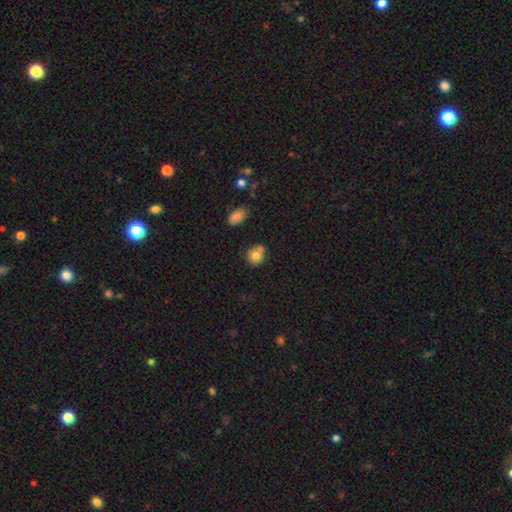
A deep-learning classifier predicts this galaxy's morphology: A smooth galaxy with no disk features (78%) that is round (71%).

Vote fractions:
- Smooth or featured? smooth: 78% / featured or disk: 12% / star or artifact: 10%
- How rounded? round: 71% / in between: 28% / cigar-shaped: 1%
- Merging? none: 55% / minor disturbance: 22% / merger: 17% / major disturbance: 5%